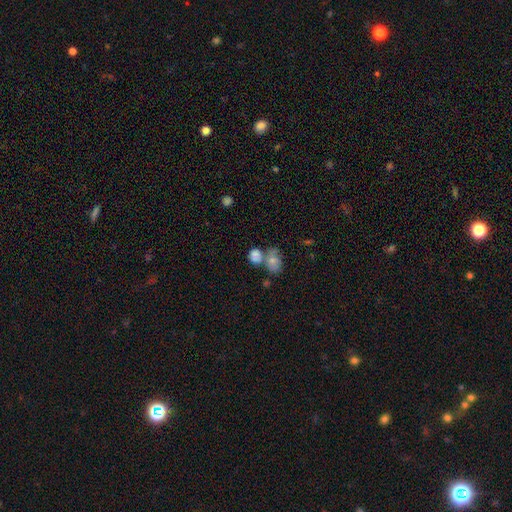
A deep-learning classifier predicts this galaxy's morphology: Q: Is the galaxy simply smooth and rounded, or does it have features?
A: smooth — 77%.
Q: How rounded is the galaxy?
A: round — 64%.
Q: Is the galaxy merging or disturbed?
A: merger — 51%.